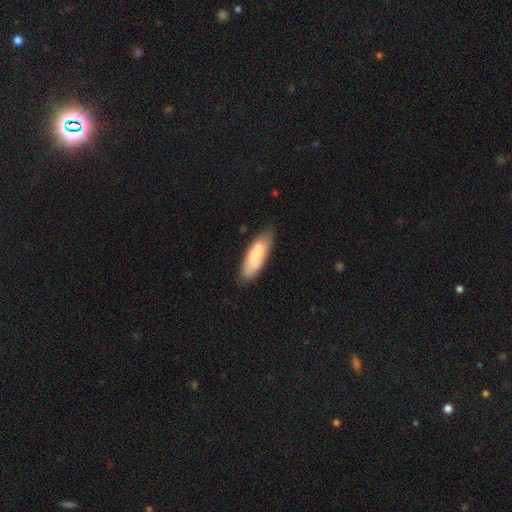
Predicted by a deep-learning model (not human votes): smooth_or_featured: smooth (p=0.81) [alt: featured or disk p=0.13]
how_rounded: in between (p=0.62) [alt: cigar-shaped p=0.37]
merging: none (p=0.73) [alt: minor disturbance p=0.22]